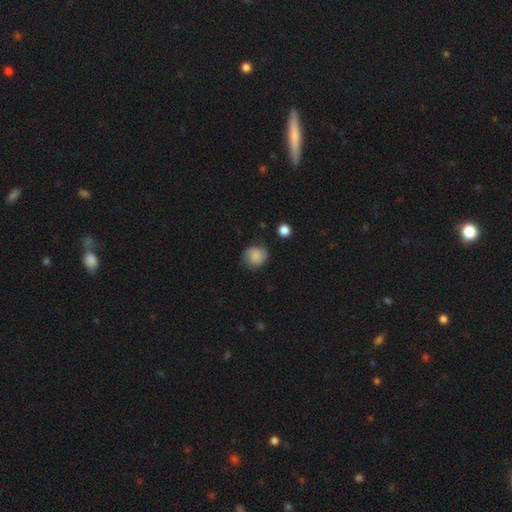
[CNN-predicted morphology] A smooth galaxy with no disk features (71%) that is round (76%). Merging: none (71%).